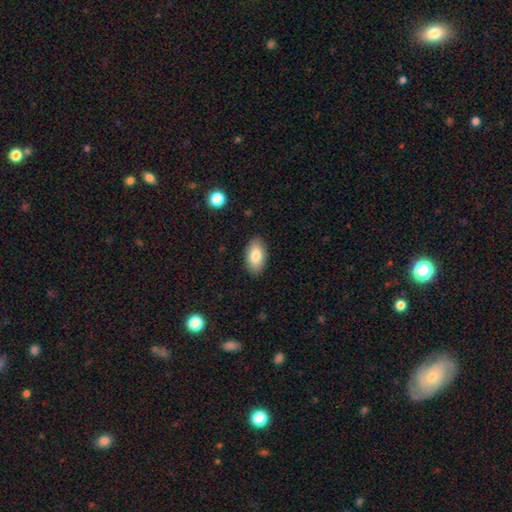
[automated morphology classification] smooth_or_featured: smooth (p=0.82) [alt: featured or disk p=0.11]
how_rounded: in between (p=0.94) [alt: round p=0.04]
merging: none (p=0.86) [alt: minor disturbance p=0.10]